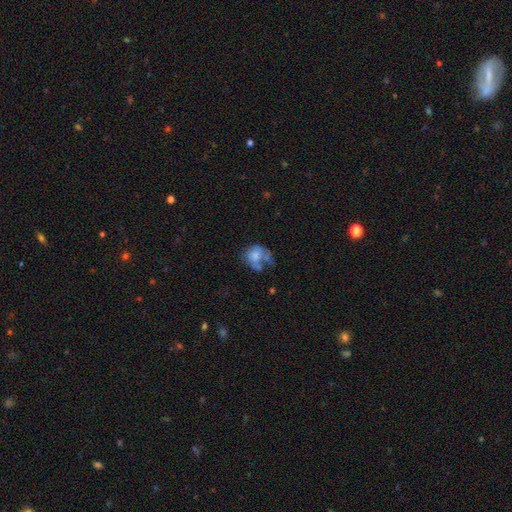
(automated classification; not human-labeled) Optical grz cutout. It shows a smooth galaxy with no disk features (53%) that is in between round and cigar-shaped (52%). Merging: major disturbance (34%).